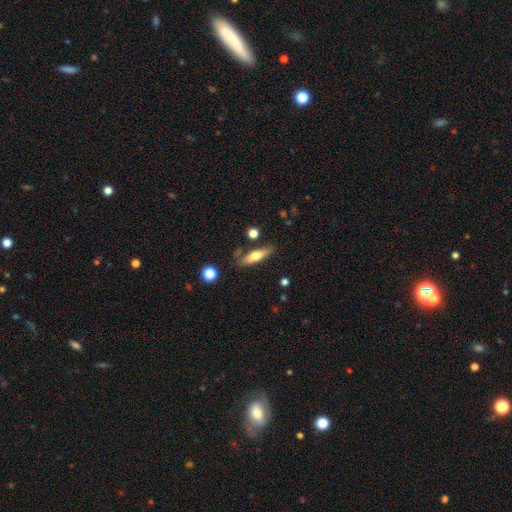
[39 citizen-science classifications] Smooth or featured? featured or disk (59%)
Edge-on disk? yes (91%)
Edge-on bulge? rounded (95%)
Merging? none (59%)